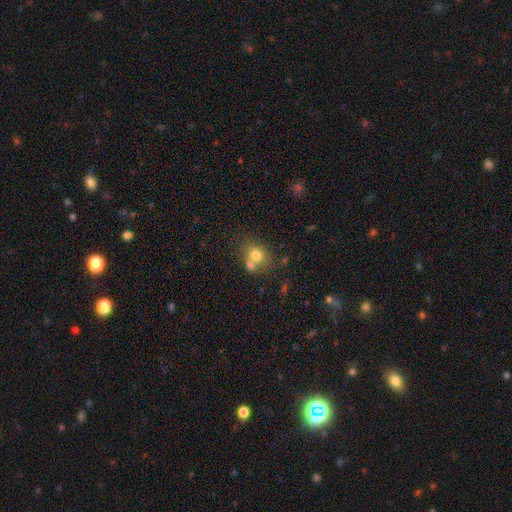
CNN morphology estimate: smooth-or-featured: smooth: 72% | featured or disk: 16% | star or artifact: 12%
  how-rounded: round: 64% | in between: 35% | cigar-shaped: 1%
  merging: none: 45% | merger: 41% | minor disturbance: 11% | major disturbance: 4%